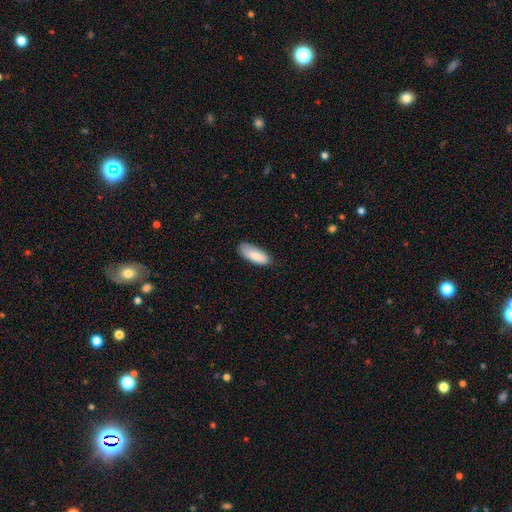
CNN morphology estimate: type=smooth (85%); roundness=in between (76%); merging=none (76%).